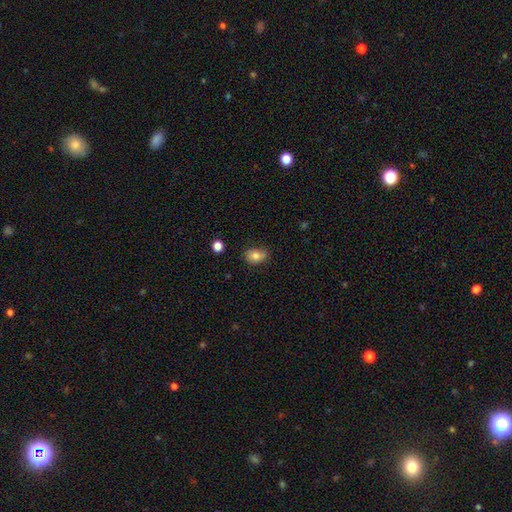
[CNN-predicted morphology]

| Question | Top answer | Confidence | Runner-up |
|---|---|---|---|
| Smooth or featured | smooth | 79% | featured or disk (12%) |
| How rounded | in between | 74% | round (25%) |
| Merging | none | 76% | minor disturbance (19%) |